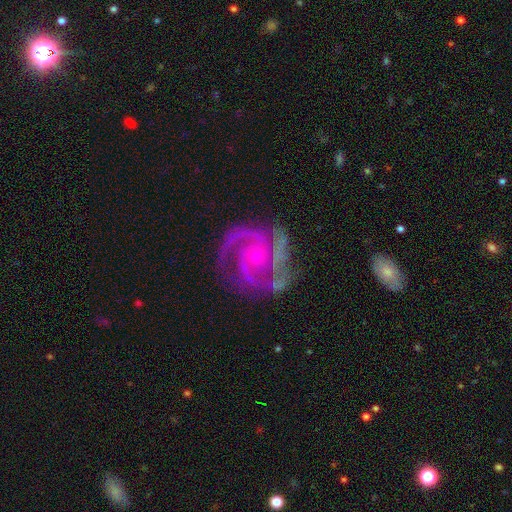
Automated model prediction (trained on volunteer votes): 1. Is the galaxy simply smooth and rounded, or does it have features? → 92% featured or disk, 5% star or artifact, 3% smooth.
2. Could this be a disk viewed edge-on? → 98% no, 2% yes.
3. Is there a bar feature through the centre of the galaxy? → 65% no, 27% weak, 8% strong.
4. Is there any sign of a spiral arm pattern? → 98% yes, 2% no.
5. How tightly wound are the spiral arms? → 54% tight, 41% medium, 5% loose.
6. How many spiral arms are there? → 48% 2, 34% 3, 6% can't tell, 5% 4, 4% 1, 3% more than 4.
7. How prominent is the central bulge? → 70% small, 22% moderate, 6% none, 1% large, 1% dominant.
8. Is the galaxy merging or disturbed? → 68% none, 19% minor disturbance, 9% major disturbance, 3% merger.